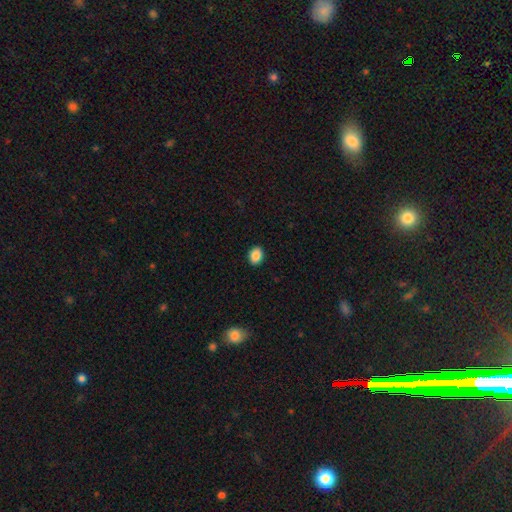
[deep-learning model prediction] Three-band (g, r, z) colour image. It shows a smooth galaxy with no disk features (88%) that is in between round and cigar-shaped (59%). Merging: none (91%).